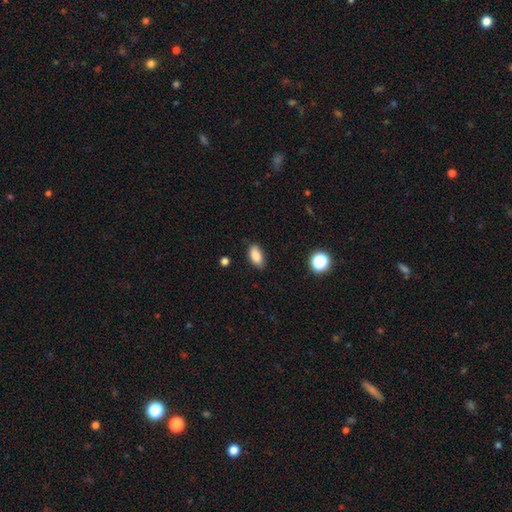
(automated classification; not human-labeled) Smooth or featured?
  - smooth: 85% *
  - star or artifact: 8%
  - featured or disk: 6%
How rounded?
  - in between: 89% *
  - cigar-shaped: 7%
  - round: 5%
Merging?
  - none: 80% *
  - minor disturbance: 15%
  - major disturbance: 3%
  - merger: 1%